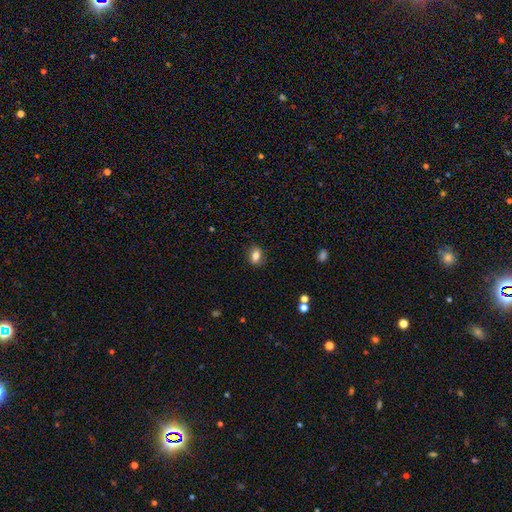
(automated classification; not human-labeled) This appears to be a smooth galaxy with no disk features (83%) that is in between round and cigar-shaped (76%). Merging: none (85%).